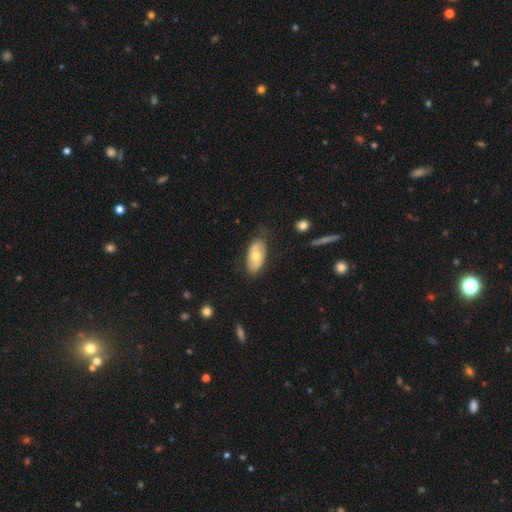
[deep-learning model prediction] Q: Smooth or featured?
A: smooth (53%); runner-up: featured or disk (42%)
Q: How rounded?
A: in between (92%); runner-up: round (4%)
Q: Merging?
A: none (75%); runner-up: minor disturbance (19%)